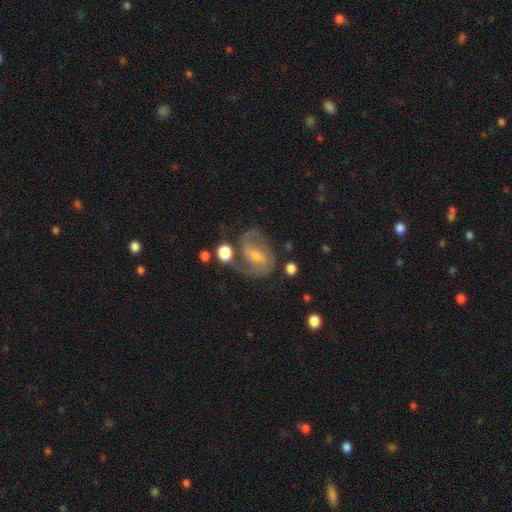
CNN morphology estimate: Smooth or featured: featured or disk — 74% (smooth — 18%)
Edge-on disk: no — 97% (yes — 3%)
Bar: weak — 49% (no — 26%)
Spiral arms: yes — 88% (no — 12%)
Spiral winding: medium — 51% (tight — 25%)
Spiral arm count: 2 — 80% (can't tell — 10%)
Bulge size: small — 55% (moderate — 33%)
Merging: none — 54% (minor disturbance — 20%)